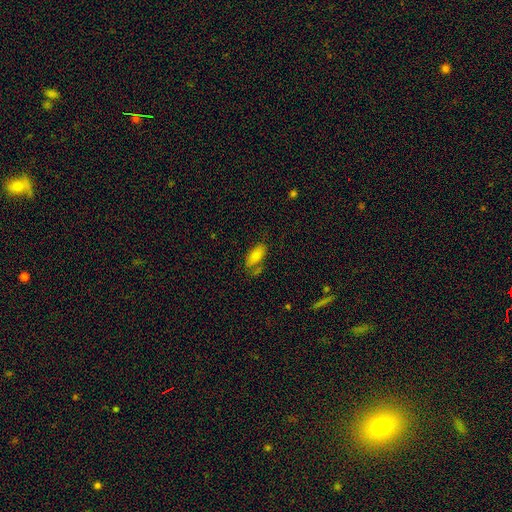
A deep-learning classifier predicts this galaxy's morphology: Smooth or featured? smooth (76%)
How rounded? in between (86%)
Merging? none (61%)